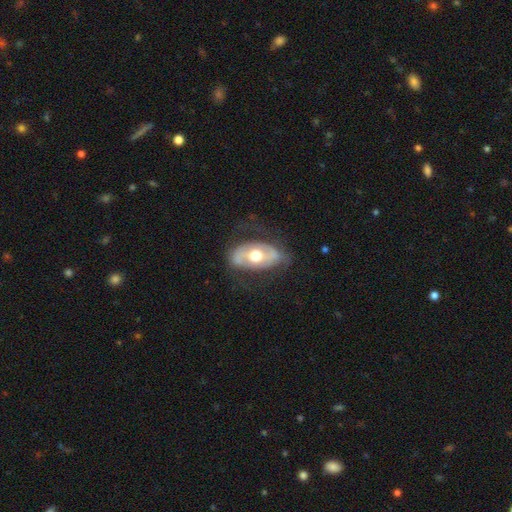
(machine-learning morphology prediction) A featured or disk galaxy (62%) with no bar (67%), no spiral arms (55%) and a moderate central bulge (66%). Merging: none (63%).